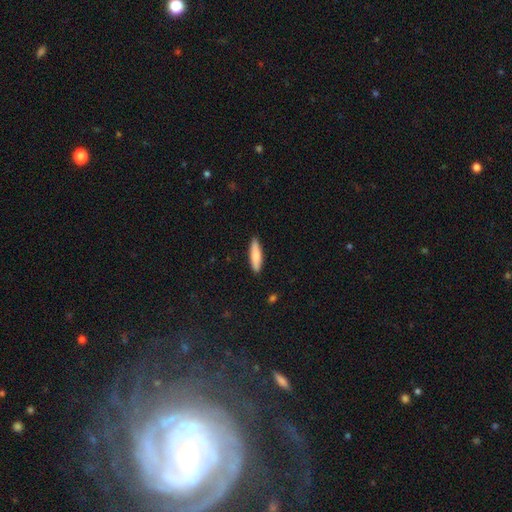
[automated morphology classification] smooth_or_featured: smooth (p=0.79) [alt: featured or disk p=0.16]
how_rounded: cigar-shaped (p=0.72) [alt: in between p=0.26]
merging: none (p=0.88) [alt: minor disturbance p=0.09]